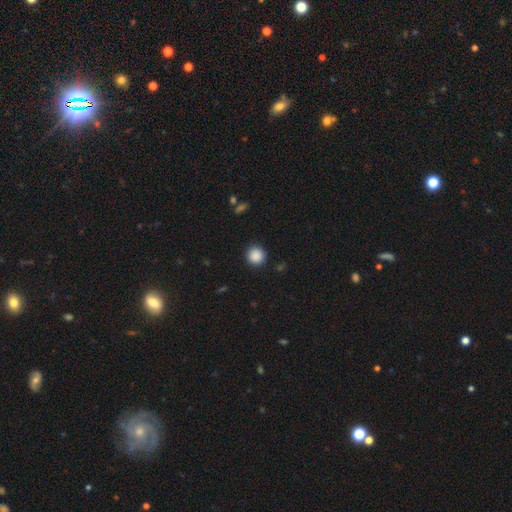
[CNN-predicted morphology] The model was most divided on "smooth or featured": smooth: 88%, star or artifact: 9%, featured or disk: 3%. More confident: how rounded — round (94%); merging — none (91%).